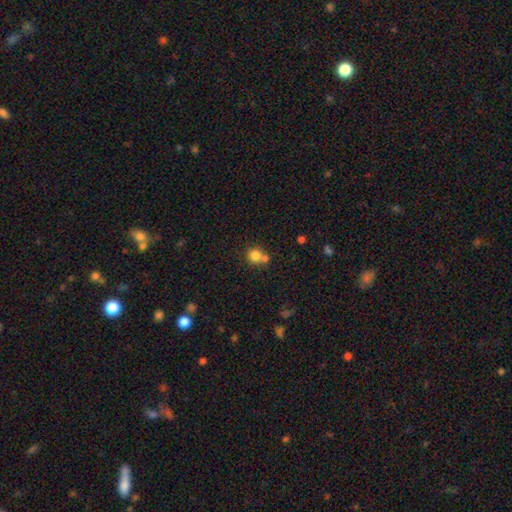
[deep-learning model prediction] Smooth or featured?
  - smooth: 79% *
  - star or artifact: 12%
  - featured or disk: 9%
How rounded?
  - round: 90% *
  - in between: 9%
  - cigar-shaped: 1%
Merging?
  - none: 53% *
  - merger: 37%
  - minor disturbance: 8%
  - major disturbance: 3%